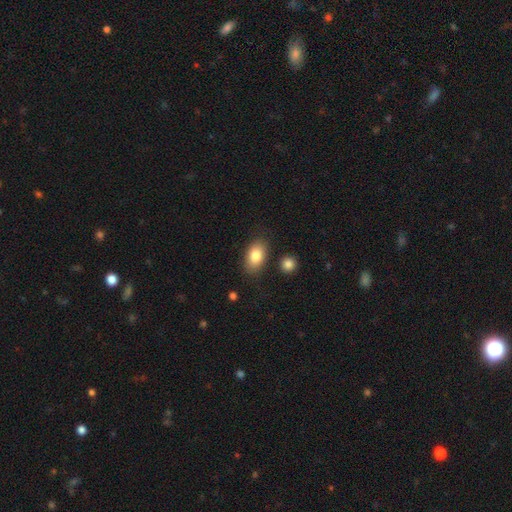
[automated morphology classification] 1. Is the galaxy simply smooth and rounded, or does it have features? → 82% smooth, 11% featured or disk, 7% star or artifact.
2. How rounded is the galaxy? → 90% in between, 8% round, 2% cigar-shaped.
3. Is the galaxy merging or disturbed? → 82% none, 11% minor disturbance, 4% merger, 3% major disturbance.